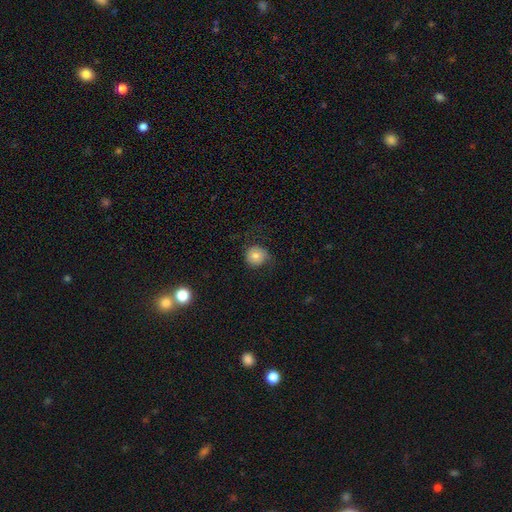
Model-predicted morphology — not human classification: Q: Smooth or featured?
A: smooth (73%); runner-up: featured or disk (18%)
Q: How rounded?
A: round (91%); runner-up: in between (8%)
Q: Merging?
A: none (67%); runner-up: minor disturbance (19%)